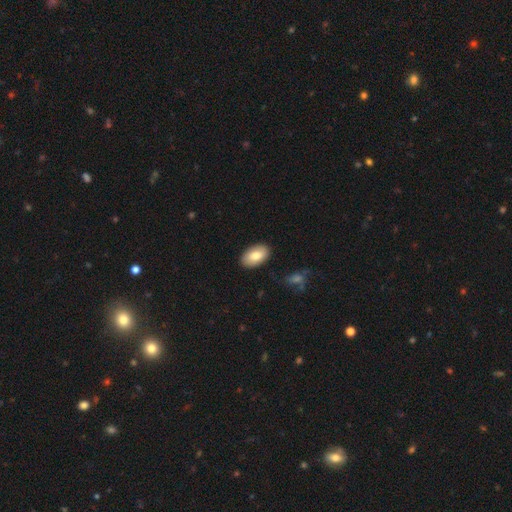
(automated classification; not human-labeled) Smooth or featured? Predicted: smooth (p=0.82). How rounded? Predicted: in between (p=0.94). Merging? Predicted: none (p=0.88).